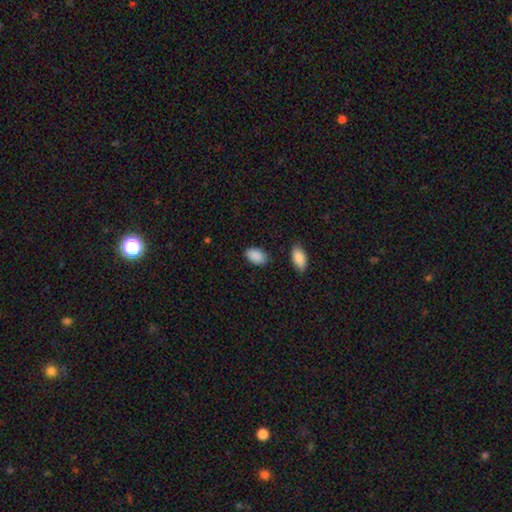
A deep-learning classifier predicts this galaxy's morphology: Smooth or featured?
  - smooth: 90% *
  - star or artifact: 7%
  - featured or disk: 3%
How rounded?
  - in between: 92% *
  - round: 7%
  - cigar-shaped: 1%
Merging?
  - none: 81% *
  - minor disturbance: 13%
  - major disturbance: 3%
  - merger: 3%